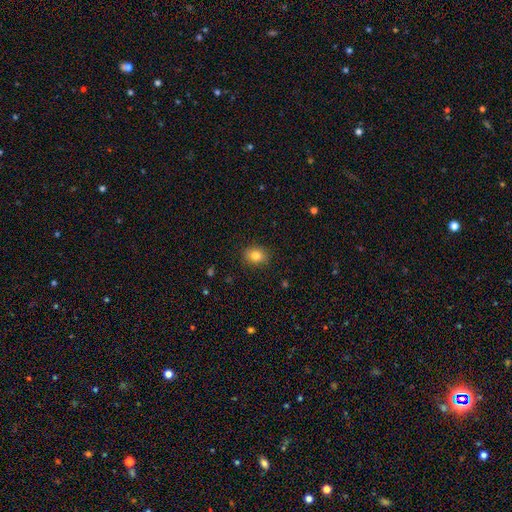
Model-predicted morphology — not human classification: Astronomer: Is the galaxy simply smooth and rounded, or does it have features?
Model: smooth — 82%.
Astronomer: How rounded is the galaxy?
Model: round — 50% (runner-up: in between, 49%).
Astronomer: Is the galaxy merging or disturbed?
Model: none — 88%.